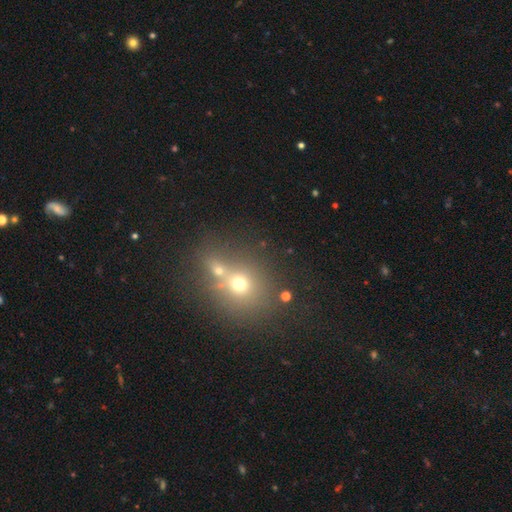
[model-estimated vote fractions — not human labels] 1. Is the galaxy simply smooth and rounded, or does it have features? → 50% smooth, 32% star or artifact, 18% featured or disk.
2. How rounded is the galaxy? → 75% round, 23% in between, 2% cigar-shaped.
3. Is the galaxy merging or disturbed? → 46% merger, 42% none, 8% minor disturbance, 4% major disturbance.